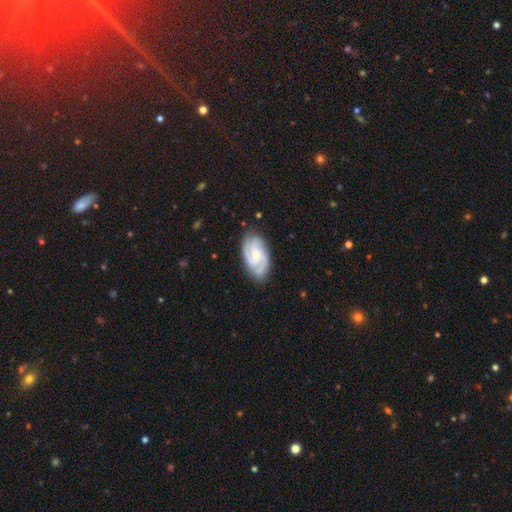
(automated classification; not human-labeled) A featured or disk galaxy (87%) with no bar (53%), 3 (48%) tight (55%) spiral arms (98%) and a small central bulge (61%). Merging: none (81%).